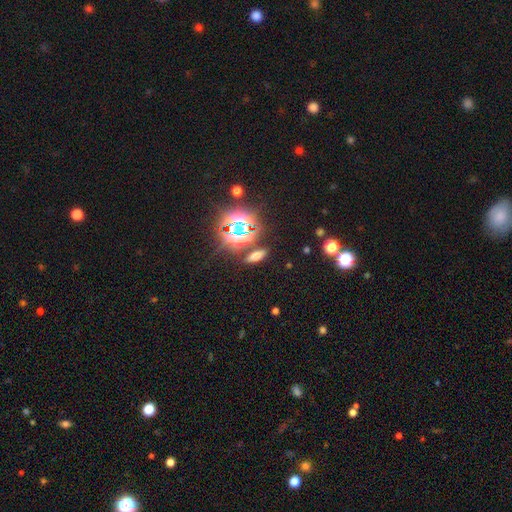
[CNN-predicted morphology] smooth_or_featured: smooth (p=0.54) [alt: star or artifact p=0.33]
how_rounded: in between (p=0.55) [alt: cigar-shaped p=0.36]
merging: none (p=0.83) [alt: minor disturbance p=0.09]